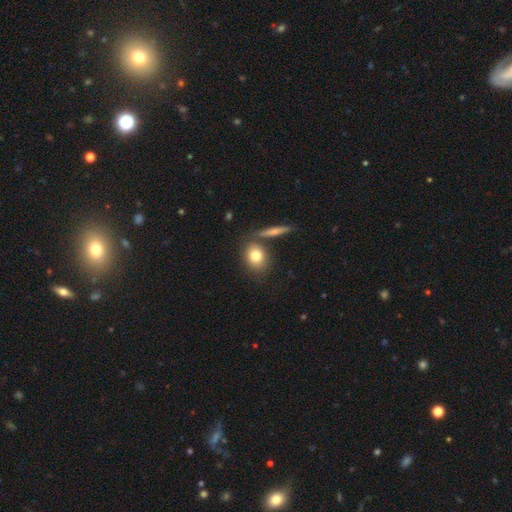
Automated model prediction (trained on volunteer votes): Smooth or featured: smooth — 78% (featured or disk — 13%)
How rounded: round — 52% (in between — 45%)
Merging: none — 69% (merger — 16%)